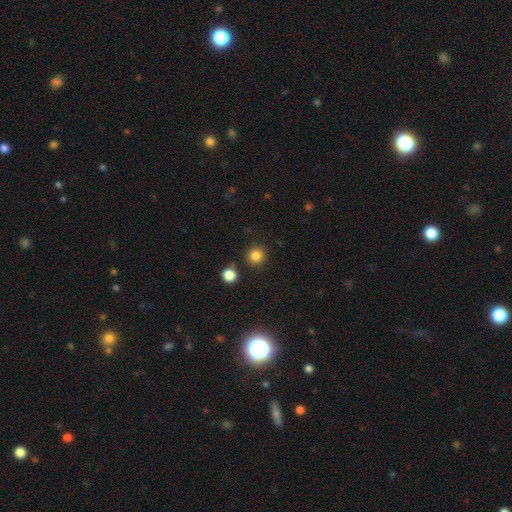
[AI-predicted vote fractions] Smooth or featured? smooth (83%)
How rounded? round (94%)
Merging? none (88%)